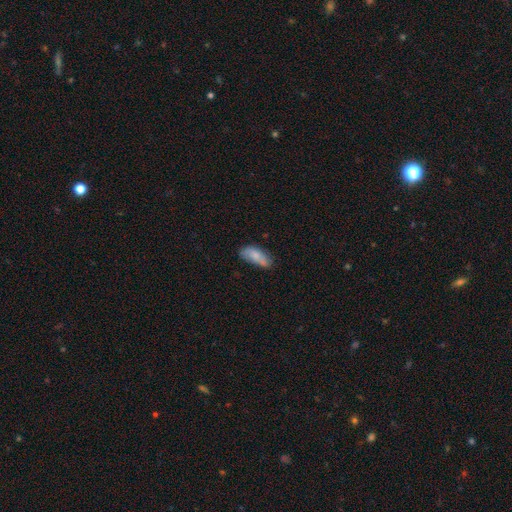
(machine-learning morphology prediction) Smooth or featured: smooth — 78% (featured or disk — 16%)
How rounded: in between — 85% (cigar-shaped — 13%)
Merging: none — 63% (minor disturbance — 27%)